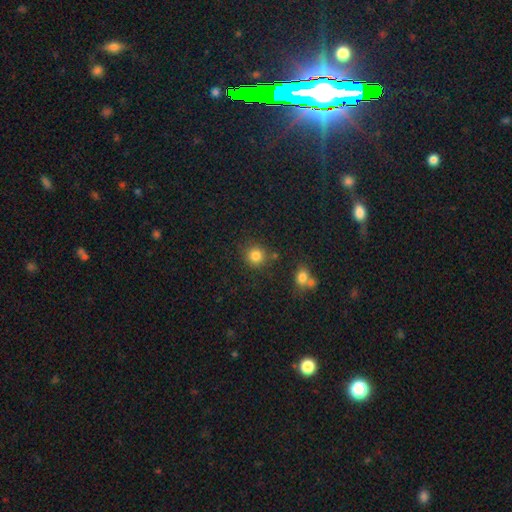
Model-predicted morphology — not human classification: Q: Smooth or featured?
A: smooth (83%); runner-up: star or artifact (12%)
Q: How rounded?
A: round (89%); runner-up: in between (10%)
Q: Merging?
A: none (78%); runner-up: minor disturbance (11%)